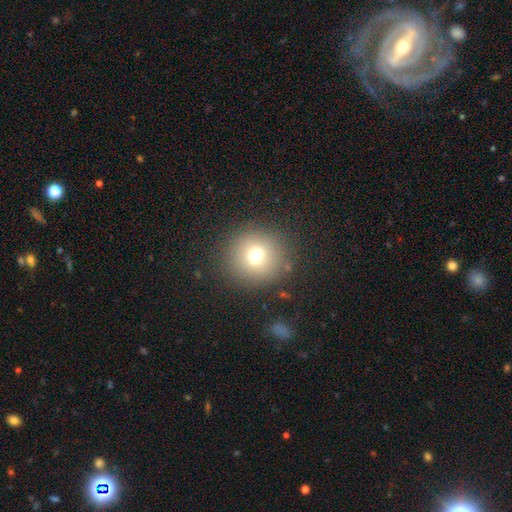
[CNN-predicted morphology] Smooth or featured? Predicted: smooth (p=0.70). How rounded? Predicted: round (p=0.94). Merging? Predicted: none (p=0.87).